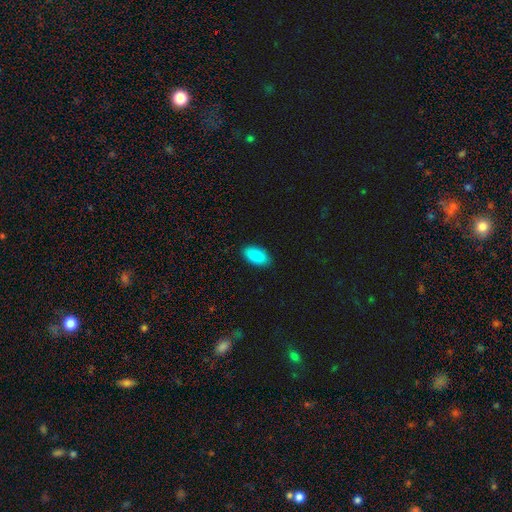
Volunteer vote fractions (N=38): Smooth or featured? 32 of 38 (84%) said smooth. How rounded? 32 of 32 (100%) said in between. Merging? 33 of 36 (92%) said none.